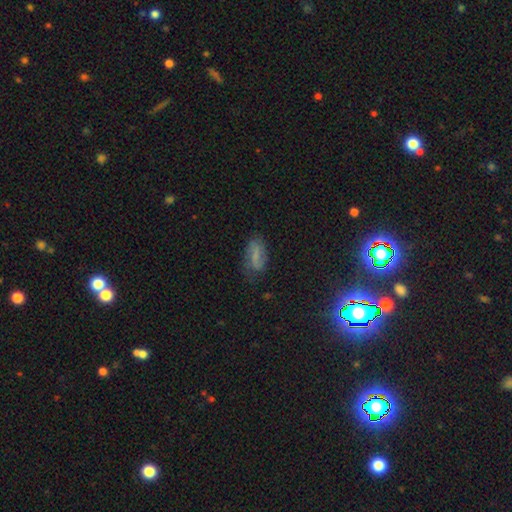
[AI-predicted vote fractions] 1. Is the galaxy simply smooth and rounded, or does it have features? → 45% featured or disk, 41% smooth, 14% star or artifact.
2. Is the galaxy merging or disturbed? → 64% none, 24% minor disturbance, 10% major disturbance, 2% merger.